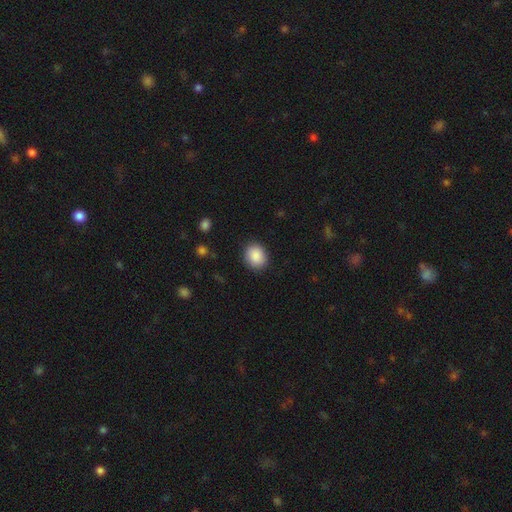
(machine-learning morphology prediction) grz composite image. It shows a smooth galaxy with no disk features (89%) that is round (59%). Merging: none (88%).